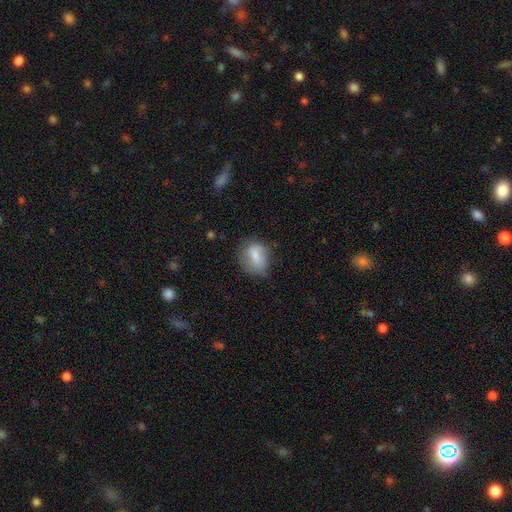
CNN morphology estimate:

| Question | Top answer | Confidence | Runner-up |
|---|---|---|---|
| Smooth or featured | smooth | 75% | featured or disk (17%) |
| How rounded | in between | 51% | round (47%) |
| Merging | none | 58% | minor disturbance (29%) |